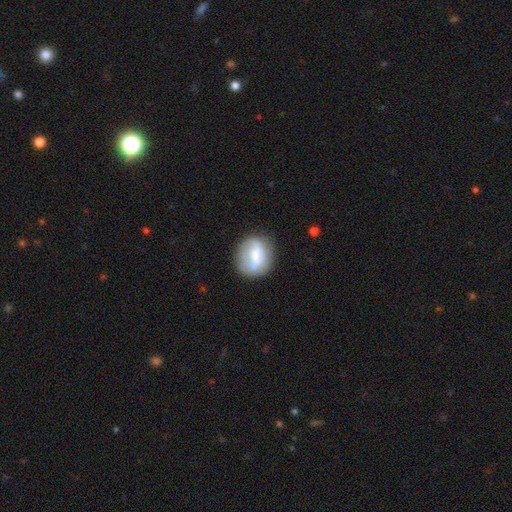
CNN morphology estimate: Smooth or featured? Predicted: smooth (p=0.55). How rounded? Predicted: round (p=0.63). Merging? Predicted: none (p=0.66).